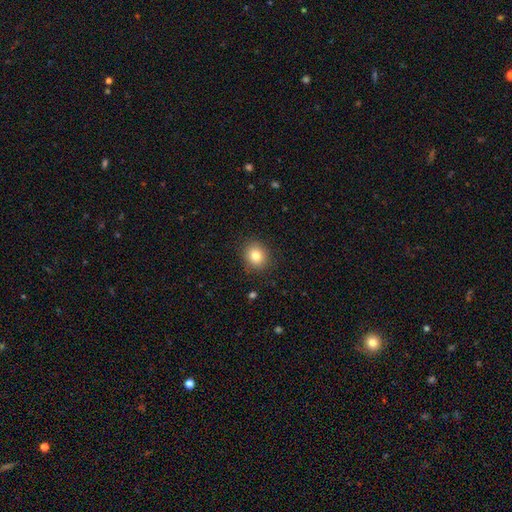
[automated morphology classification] A smooth galaxy with no disk features (80%) that is round (77%). Merging: none (89%).